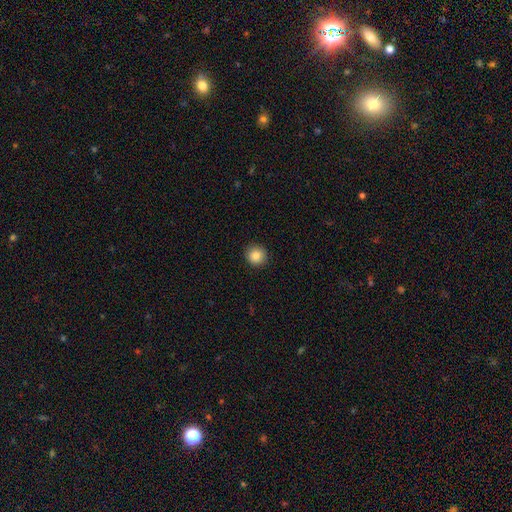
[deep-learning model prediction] The model was most divided on "smooth or featured": smooth: 86%, star or artifact: 9%, featured or disk: 5%. More confident: how rounded — round (93%); merging — none (92%).